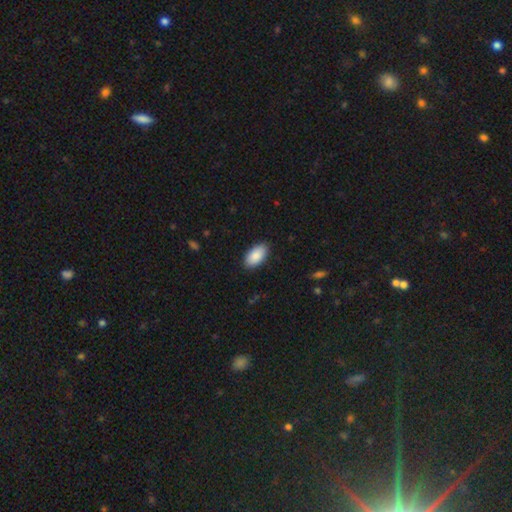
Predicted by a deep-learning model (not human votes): smooth 89%, star or artifact 6%, featured or disk 5%. Down the decision tree: how rounded — in between (95%); merging — none (88%).